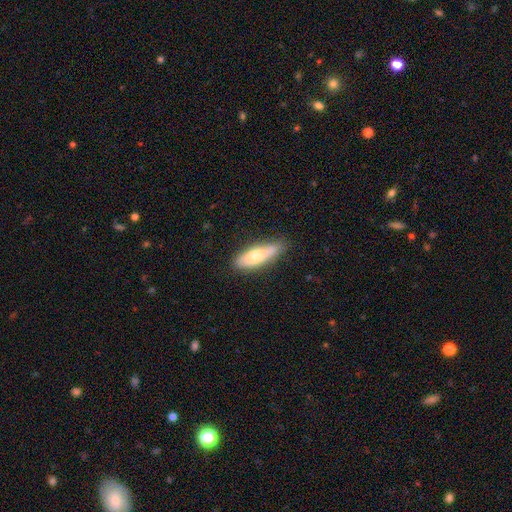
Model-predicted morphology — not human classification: Smooth or featured?
  - smooth: 72% *
  - featured or disk: 22%
  - star or artifact: 6%
How rounded?
  - cigar-shaped: 51% *
  - in between: 47%
  - round: 2%
Merging?
  - none: 71% *
  - minor disturbance: 22%
  - major disturbance: 4%
  - merger: 3%